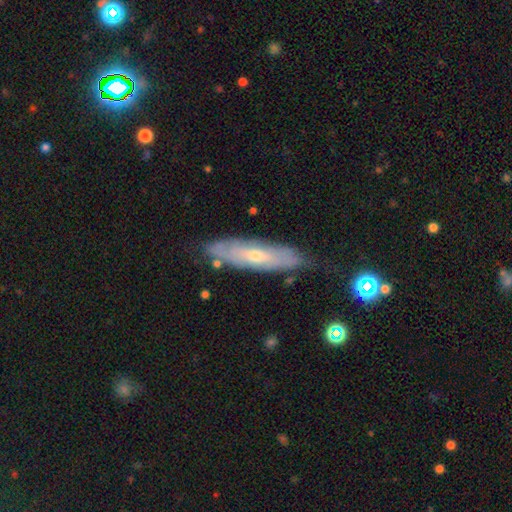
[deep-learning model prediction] The model was most divided on "edge-on disk": no: 56%, yes: 44%. More confident: merging — none (72%); smooth or featured — featured or disk (55%).